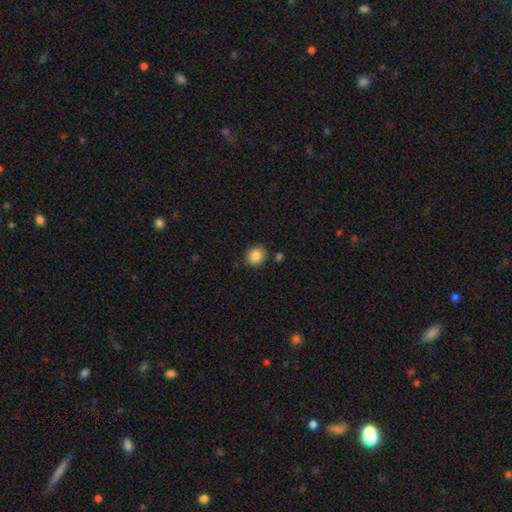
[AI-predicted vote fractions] smooth-or-featured: smooth: 85% | star or artifact: 9% | featured or disk: 5%
  how-rounded: round: 79% | in between: 20% | cigar-shaped: 1%
  merging: none: 86% | minor disturbance: 9% | merger: 4% | major disturbance: 2%